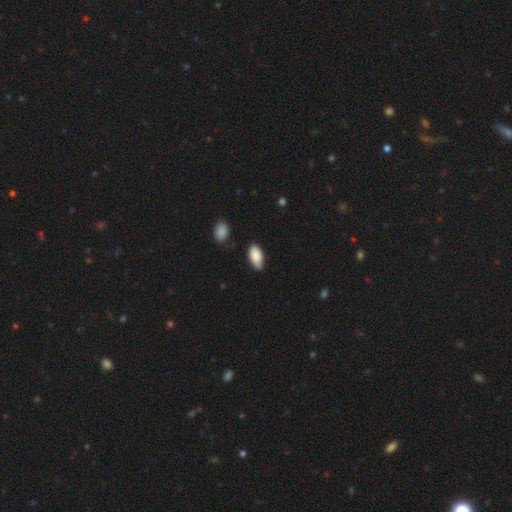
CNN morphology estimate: type=smooth (87%); roundness=in between (93%); merging=none (68%).